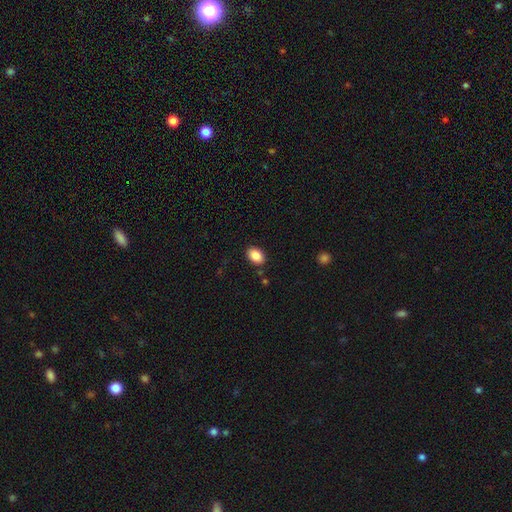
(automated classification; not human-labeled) Q: Smooth or featured?
A: smooth (88%); runner-up: star or artifact (8%)
Q: How rounded?
A: in between (85%); runner-up: round (14%)
Q: Merging?
A: none (87%); runner-up: minor disturbance (9%)